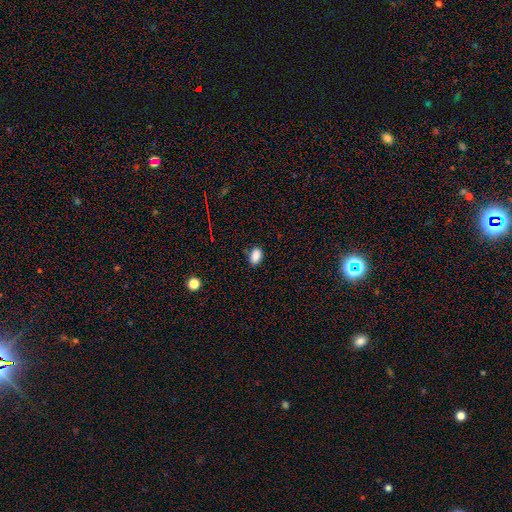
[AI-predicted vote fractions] smooth 86%, star or artifact 10%, featured or disk 4%. Down the decision tree: how rounded — in between (83%); merging — none (81%).